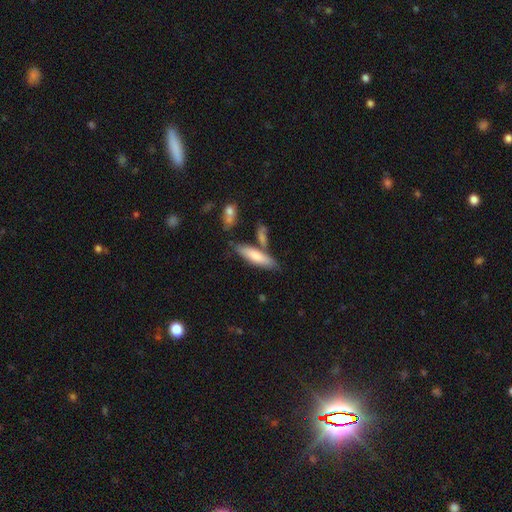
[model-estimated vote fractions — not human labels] Q: Smooth or featured?
A: smooth (71%); runner-up: featured or disk (23%)
Q: How rounded?
A: cigar-shaped (66%); runner-up: in between (32%)
Q: Merging?
A: none (67%); runner-up: merger (15%)